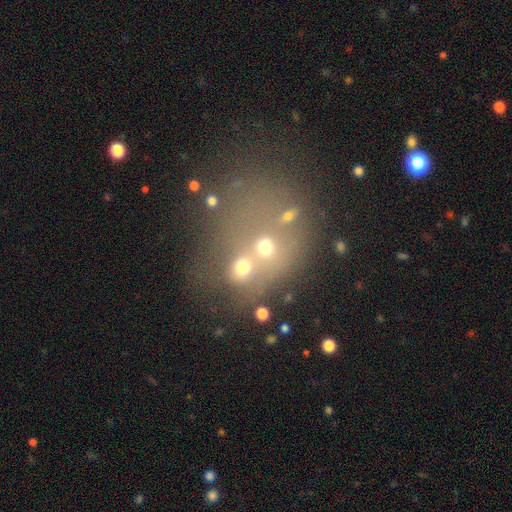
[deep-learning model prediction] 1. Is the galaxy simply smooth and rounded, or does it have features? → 38% smooth, 35% star or artifact, 27% featured or disk.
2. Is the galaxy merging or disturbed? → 52% merger, 31% none, 8% minor disturbance, 8% major disturbance.